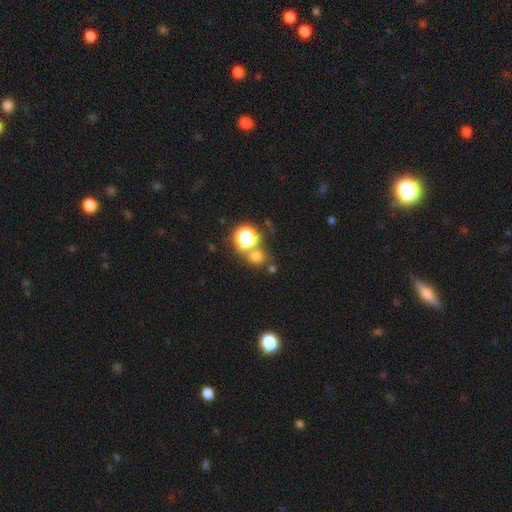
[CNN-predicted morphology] A smooth galaxy with no disk features (67%) that is round (85%). Merging: none (67%).